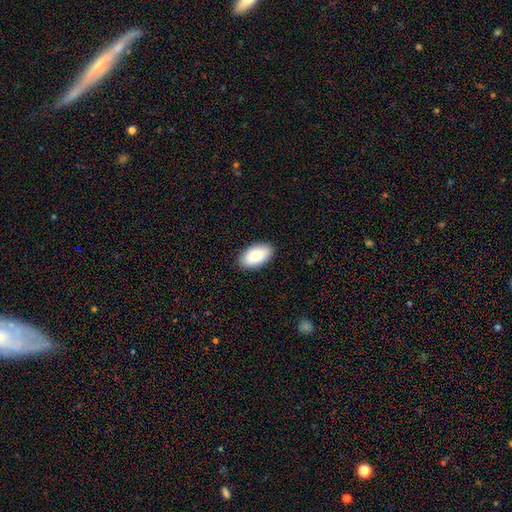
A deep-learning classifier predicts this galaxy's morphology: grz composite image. It shows a smooth galaxy with no disk features (88%) that is in between round and cigar-shaped (96%). Merging: none (89%).